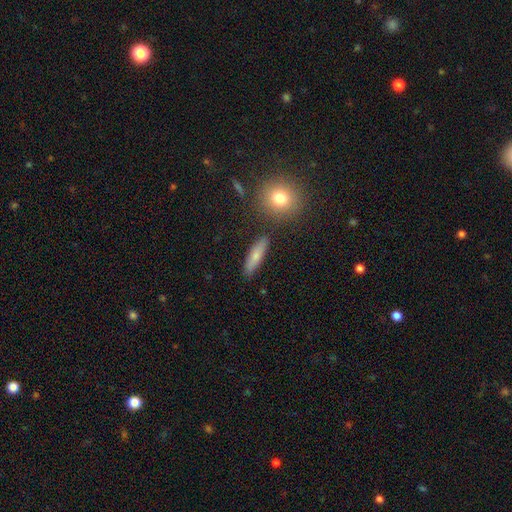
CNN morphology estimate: Smooth or featured? Predicted: smooth (p=0.72). How rounded? Predicted: cigar-shaped (p=0.66). Merging? Predicted: none (p=0.85).